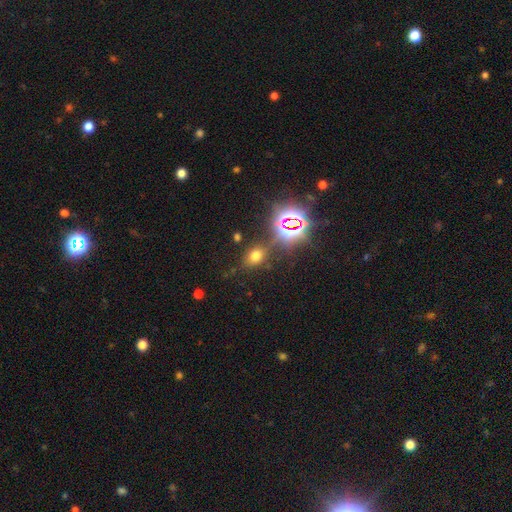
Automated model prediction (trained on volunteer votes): Smooth or featured?
  - smooth: 59% *
  - star or artifact: 31%
  - featured or disk: 9%
How rounded?
  - in between: 66% *
  - round: 33%
  - cigar-shaped: 2%
Merging?
  - none: 77% *
  - minor disturbance: 13%
  - merger: 6%
  - major disturbance: 5%